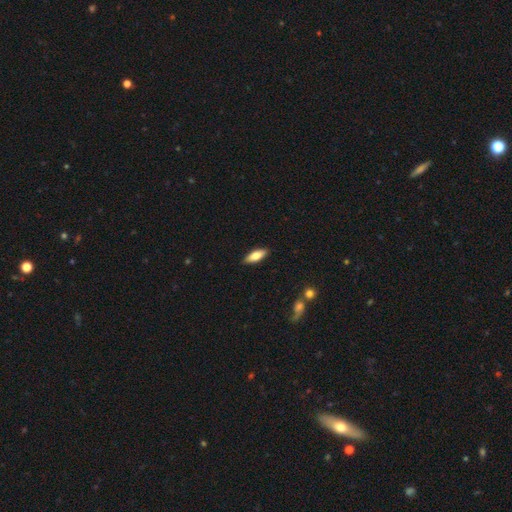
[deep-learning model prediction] smooth 75%, featured or disk 19%, star or artifact 6%. Down the decision tree: how rounded — in between (66%); merging — none (89%).